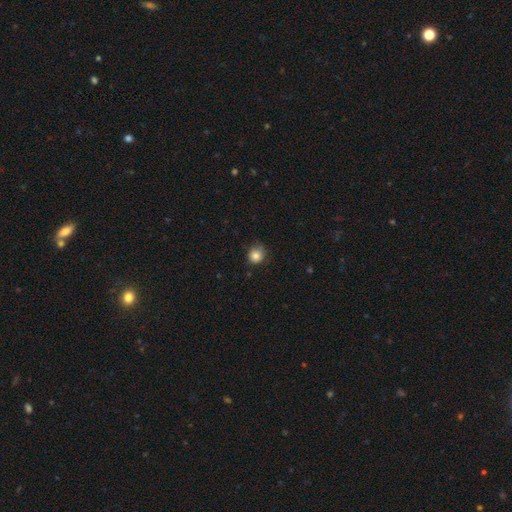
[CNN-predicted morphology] A smooth galaxy with no disk features (83%) that is round (84%).

Vote fractions:
- Smooth or featured? smooth: 83% / star or artifact: 11% / featured or disk: 6%
- How rounded? round: 84% / in between: 15% / cigar-shaped: 1%
- Merging? none: 70% / minor disturbance: 24% / major disturbance: 4% / merger: 1%